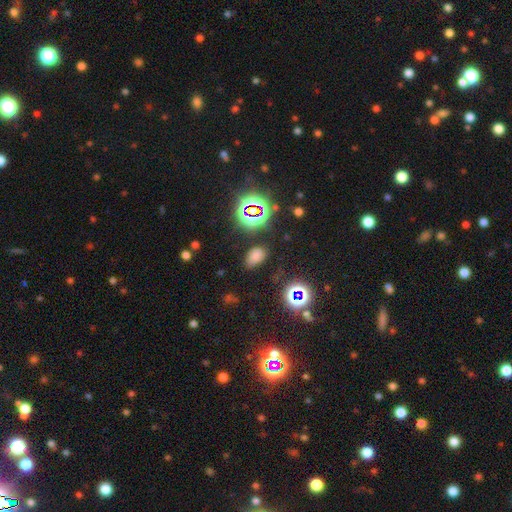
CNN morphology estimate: Smooth or featured?
  - smooth: 66% *
  - star or artifact: 28%
  - featured or disk: 7%
How rounded?
  - in between: 88% *
  - round: 10%
  - cigar-shaped: 2%
Merging?
  - none: 75% *
  - minor disturbance: 16%
  - major disturbance: 6%
  - merger: 3%